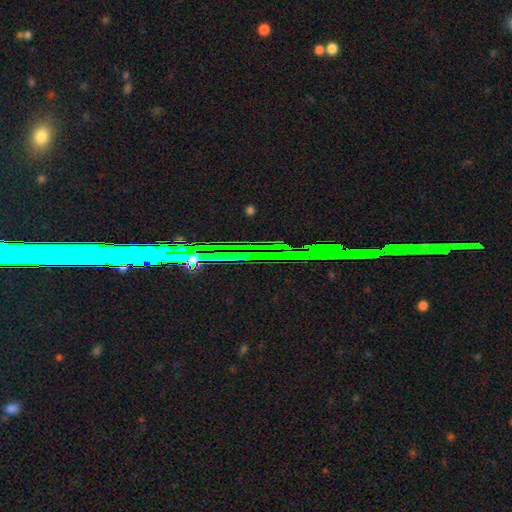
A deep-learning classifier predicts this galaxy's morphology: star or artifact 80%, featured or disk 12%, smooth 8%.